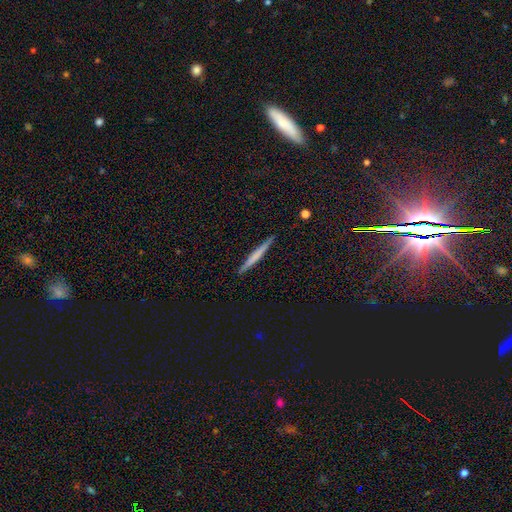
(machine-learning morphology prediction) Smooth or featured?
  - smooth: 52% *
  - featured or disk: 42%
  - star or artifact: 6%
How rounded?
  - cigar-shaped: 97% *
  - in between: 2%
  - round: 1%
Merging?
  - none: 92% *
  - minor disturbance: 6%
  - major disturbance: 1%
  - merger: 1%